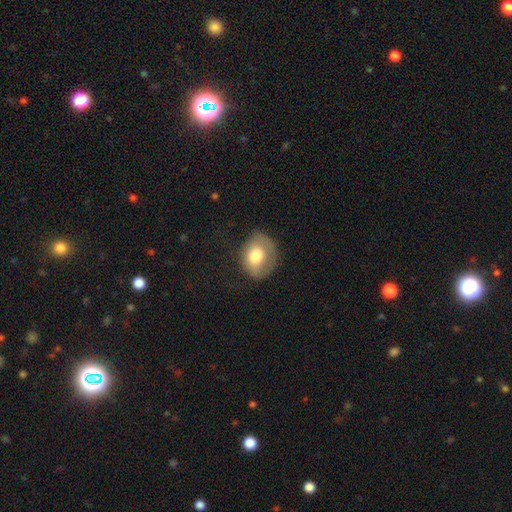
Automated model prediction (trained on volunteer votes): Q: Smooth or featured?
A: smooth (71%); runner-up: featured or disk (22%)
Q: How rounded?
A: round (52%); runner-up: in between (47%)
Q: Merging?
A: none (52%); runner-up: minor disturbance (28%)